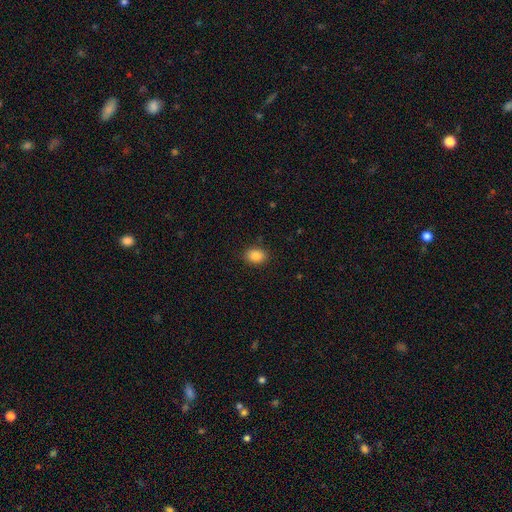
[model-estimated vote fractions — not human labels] This appears to be a smooth galaxy with no disk features (86%) that is in between round and cigar-shaped (72%). Merging: none (88%).